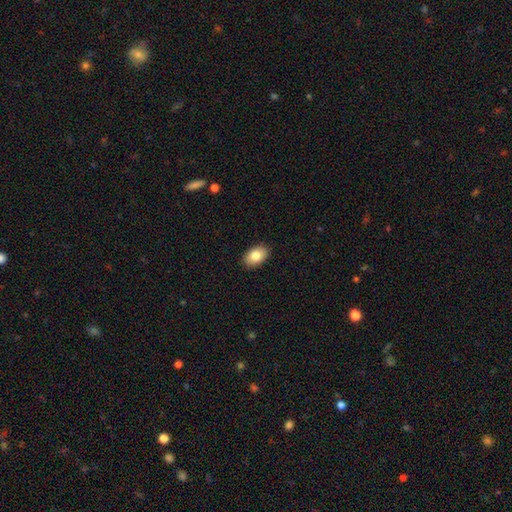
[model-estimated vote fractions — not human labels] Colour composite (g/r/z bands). It shows a smooth galaxy with no disk features (84%) that is in between round and cigar-shaped (89%). Merging: none (90%).